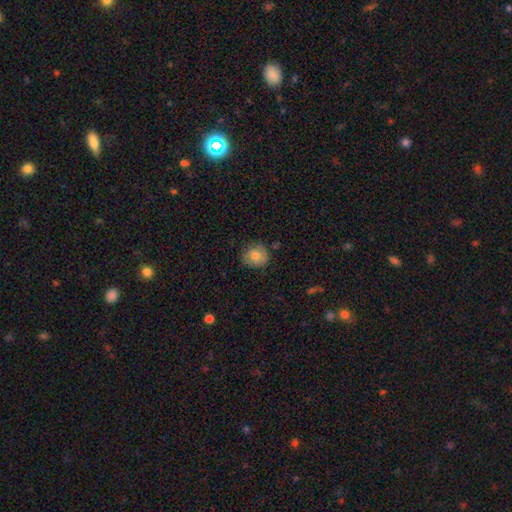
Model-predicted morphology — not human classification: Smooth or featured: smooth — 72% (featured or disk — 19%)
How rounded: round — 86% (in between — 13%)
Merging: none — 75% (minor disturbance — 19%)